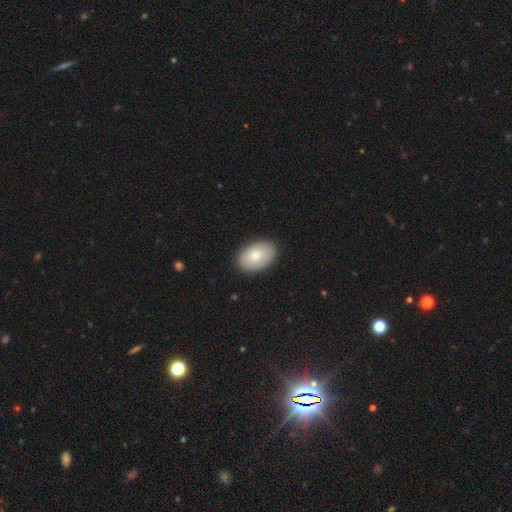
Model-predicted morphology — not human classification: smooth 80%, featured or disk 14%, star or artifact 6%. Down the decision tree: how rounded — in between (90%); merging — none (88%).